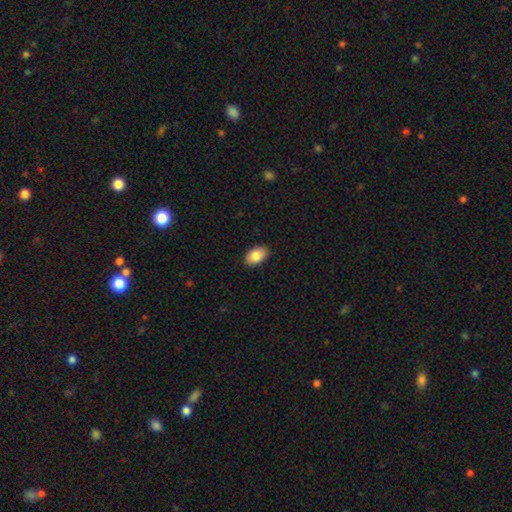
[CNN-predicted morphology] The model was most divided on "smooth or featured": smooth: 85%, featured or disk: 8%, star or artifact: 7%. More confident: how rounded — in between (91%); merging — none (88%).